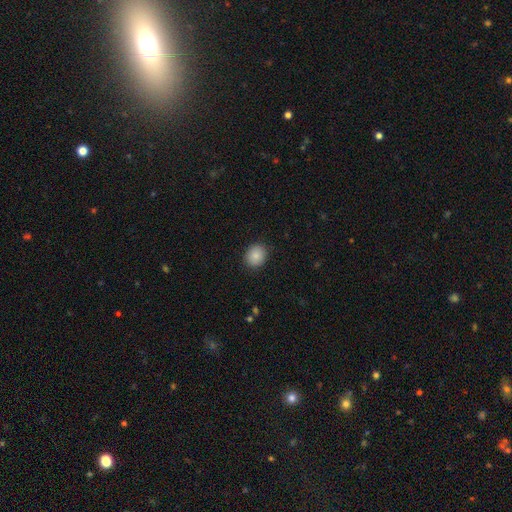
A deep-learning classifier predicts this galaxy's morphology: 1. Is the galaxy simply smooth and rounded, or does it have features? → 86% smooth, 9% star or artifact, 5% featured or disk.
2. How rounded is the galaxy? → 64% round, 36% in between, 1% cigar-shaped.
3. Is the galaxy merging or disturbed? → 88% none, 9% minor disturbance, 2% major disturbance, 1% merger.